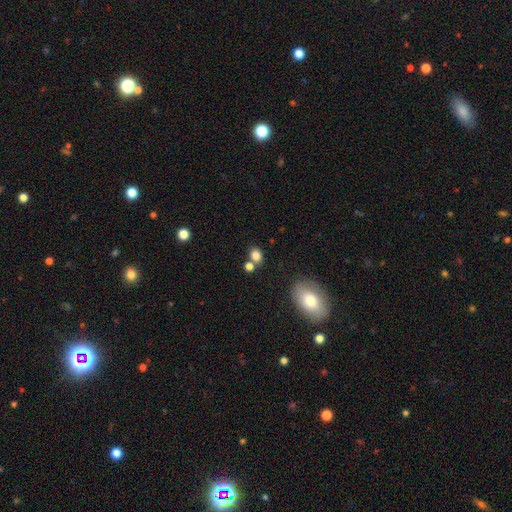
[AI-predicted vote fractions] Q: Smooth or featured?
A: smooth (81%); runner-up: star or artifact (12%)
Q: How rounded?
A: round (50%); runner-up: in between (49%)
Q: Merging?
A: none (61%); runner-up: merger (24%)